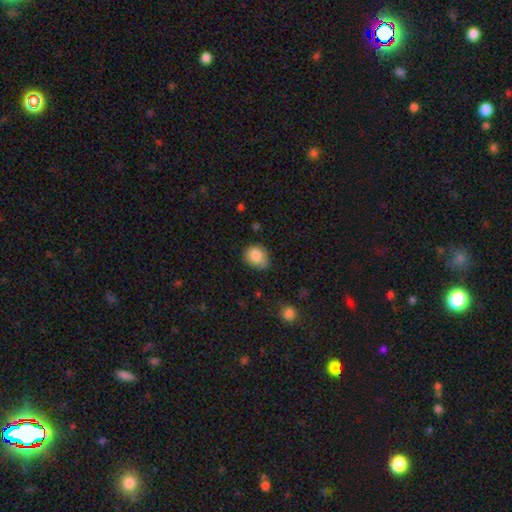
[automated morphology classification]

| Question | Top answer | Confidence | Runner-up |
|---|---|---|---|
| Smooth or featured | smooth | 85% | star or artifact (8%) |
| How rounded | round | 57% | in between (43%) |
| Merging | none | 65% | minor disturbance (28%) |